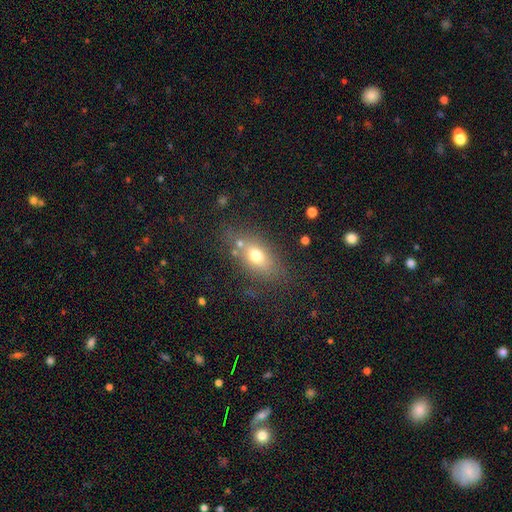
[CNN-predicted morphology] The model was most divided on "smooth or featured": smooth: 68%, featured or disk: 20%, star or artifact: 12%. More confident: how rounded — in between (75%); merging — none (69%).